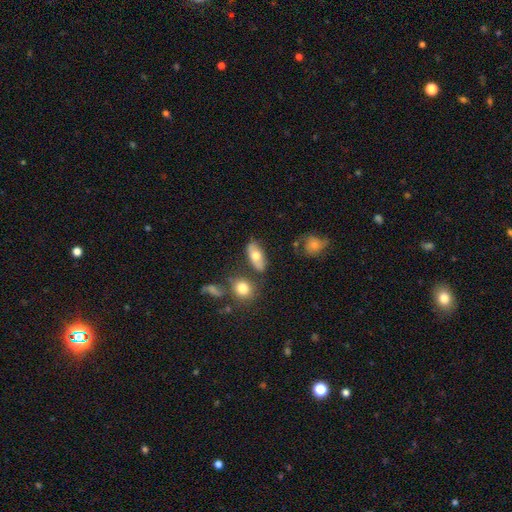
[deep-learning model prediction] smooth 66%, featured or disk 27%, star or artifact 7%. Down the decision tree: how rounded — in between (86%); merging — none (73%).